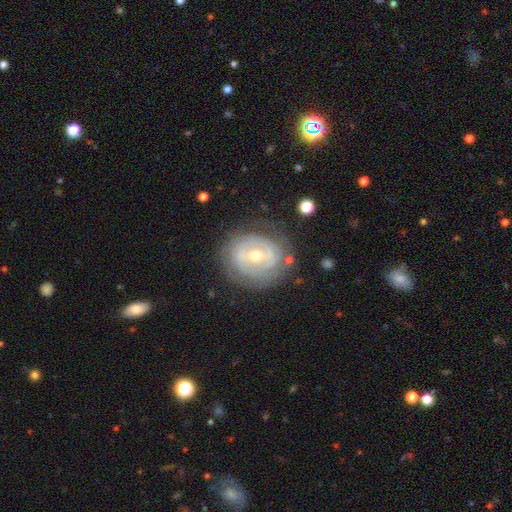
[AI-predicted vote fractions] smooth-or-featured: featured or disk: 79% | smooth: 16% | star or artifact: 6%
  disk-edge-on: no: 97% | yes: 3%
    bar: weak: 43% | no: 37% | strong: 20%
    has-spiral-arms: yes: 73% | no: 27%
      spiral-winding: tight: 68% | medium: 23% | loose: 9%
      spiral-arm-count: 2: 41% | can't tell: 38% | 3: 10% | 1: 5% | 4: 4% | more than 4: 3%
    bulge-size: moderate: 57% | small: 40% | large: 2% | none: 1% | dominant: 1%
  merging: none: 74% | minor disturbance: 17% | major disturbance: 7% | merger: 2%